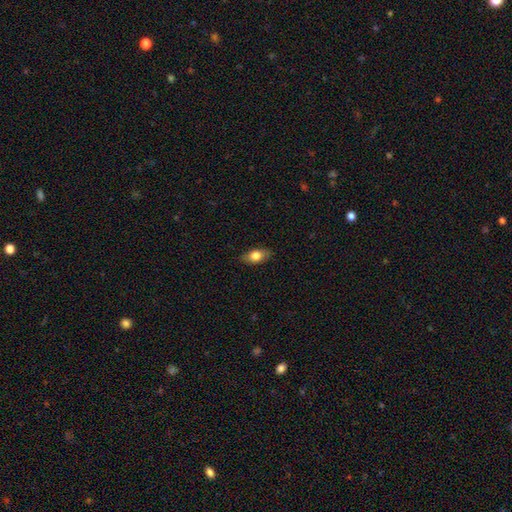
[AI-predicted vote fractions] smooth_or_featured: smooth (p=0.78) [alt: featured or disk p=0.15]
how_rounded: in between (p=0.85) [alt: round p=0.09]
merging: none (p=0.84) [alt: minor disturbance p=0.12]